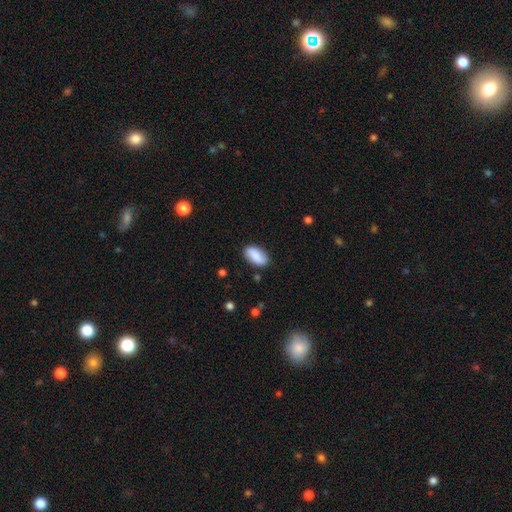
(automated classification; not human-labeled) This is likely a smooth galaxy (78%). How rounded: clearly in between (92%). Merging: clearly none (85%).